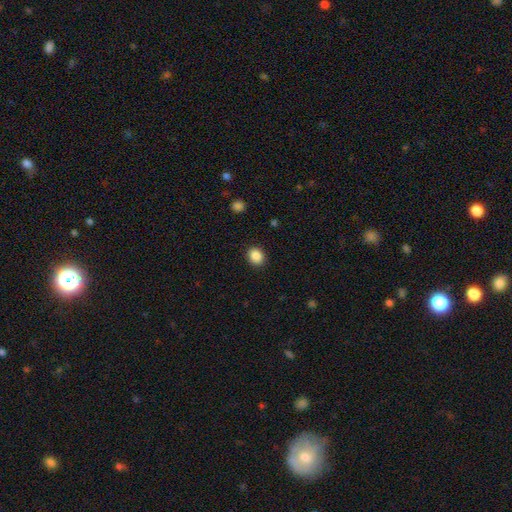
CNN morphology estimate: This appears to be a smooth galaxy with no disk features (88%) that is round (62%). Merging: none (90%).